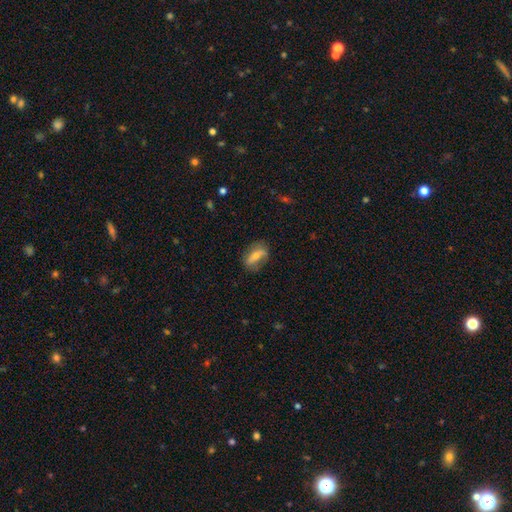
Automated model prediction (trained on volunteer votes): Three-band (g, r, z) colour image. It shows a smooth galaxy with no disk features (51%) that is in between round and cigar-shaped (71%). Merging: none (71%).